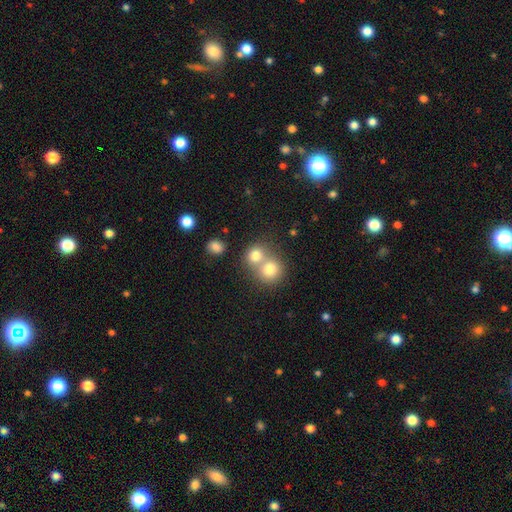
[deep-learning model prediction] smooth-or-featured: smooth: 77% | star or artifact: 12% | featured or disk: 11%
  how-rounded: round: 82% | in between: 17% | cigar-shaped: 1%
  merging: merger: 54% | none: 38% | minor disturbance: 6% | major disturbance: 3%